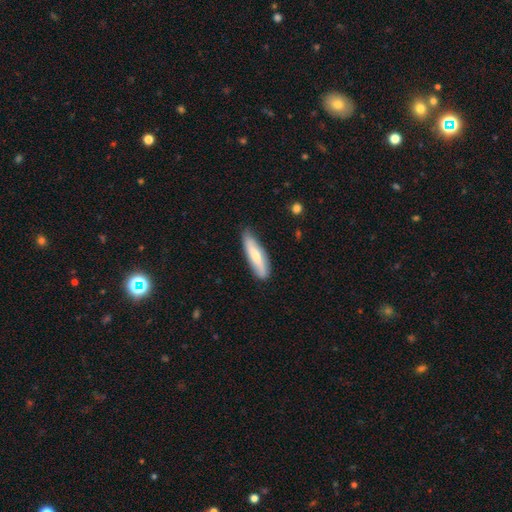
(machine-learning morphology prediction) The model was most divided on "smooth or featured": smooth: 60%, featured or disk: 34%, star or artifact: 5%. More confident: merging — none (78%); how rounded — cigar-shaped (67%).